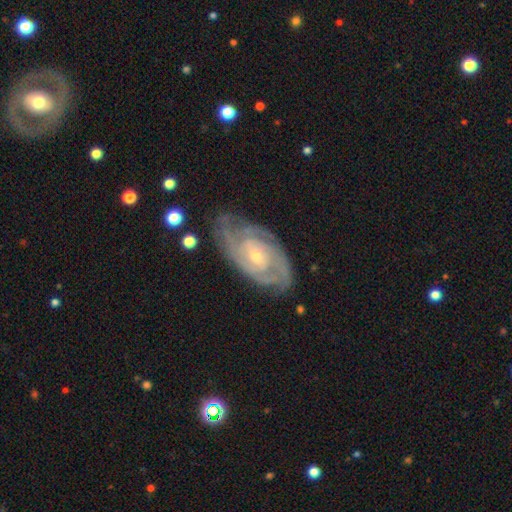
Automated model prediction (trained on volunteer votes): This appears to be a featured or disk galaxy (88%) with no bar (64%), 2 (38%) tight (69%) spiral arms (97%) and a small central bulge (67%). Merging: none (73%).